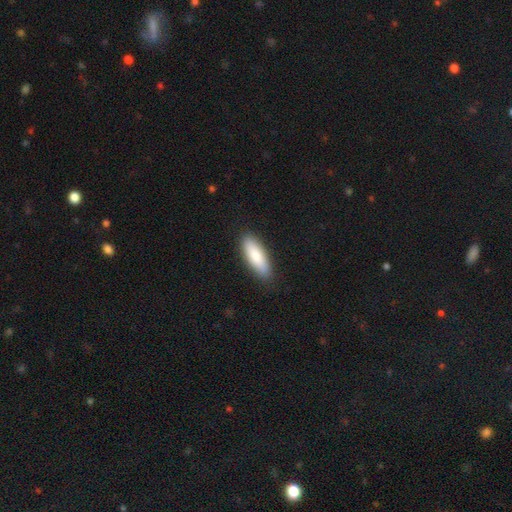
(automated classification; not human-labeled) smooth-or-featured: smooth: 83% | featured or disk: 12% | star or artifact: 5%
  how-rounded: in between: 59% | cigar-shaped: 39% | round: 2%
  merging: none: 88% | minor disturbance: 9% | major disturbance: 2% | merger: 1%